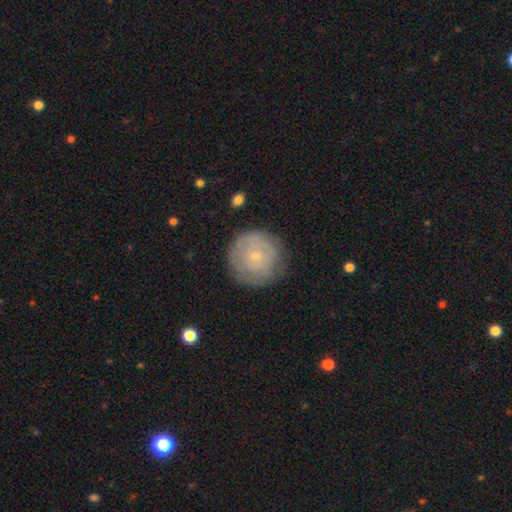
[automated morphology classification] Smooth or featured? Predicted: smooth (p=0.49). Merging? Predicted: none (p=0.78).